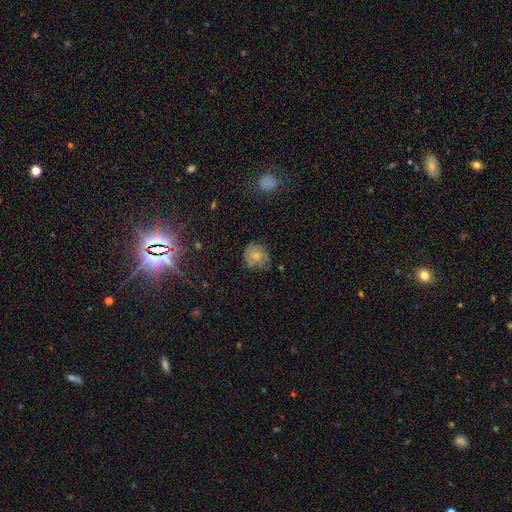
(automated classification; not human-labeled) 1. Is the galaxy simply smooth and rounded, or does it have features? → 55% smooth, 32% featured or disk, 13% star or artifact.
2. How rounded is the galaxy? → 79% round, 20% in between, 1% cigar-shaped.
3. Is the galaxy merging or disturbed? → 67% none, 24% minor disturbance, 7% major disturbance, 2% merger.